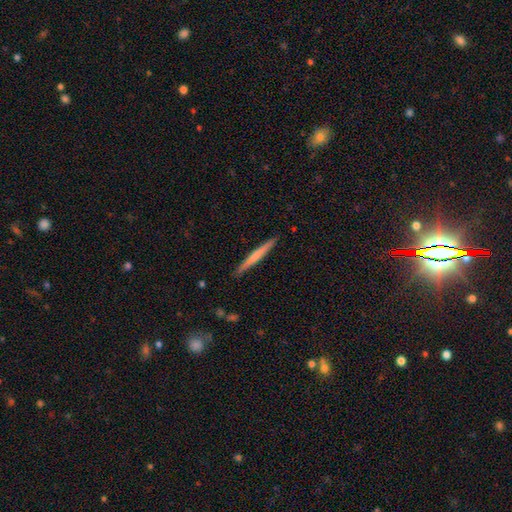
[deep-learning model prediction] This appears to be a smooth galaxy with no disk features (57%) that is cigar-shaped (97%). Merging: none (91%).